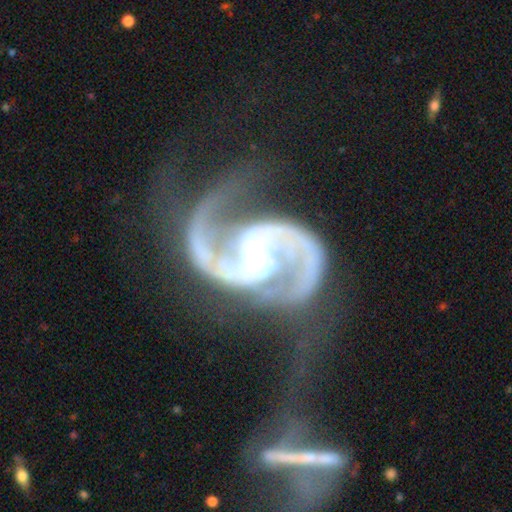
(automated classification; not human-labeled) A featured or disk galaxy (94%) with a weak bar (38%), 2 (92%) medium (57%) spiral arms (98%) and a moderate central bulge (68%). Merging: none (39%).